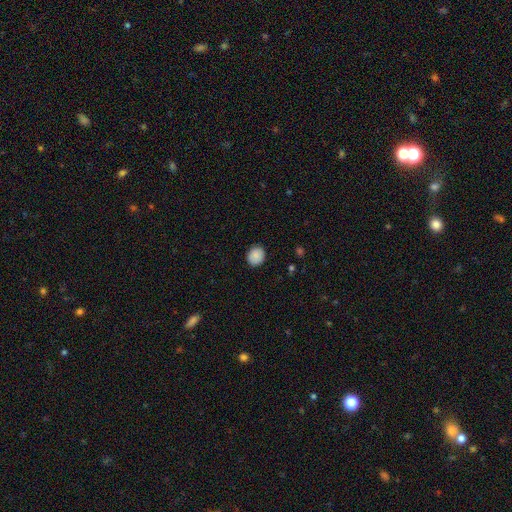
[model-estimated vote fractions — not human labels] A smooth galaxy with no disk features (89%) that is round (72%).

Vote fractions:
- Smooth or featured? smooth: 89% / star or artifact: 8% / featured or disk: 3%
- How rounded? round: 72% / in between: 27% / cigar-shaped: 1%
- Merging? none: 89% / minor disturbance: 8% / major disturbance: 2% / merger: 1%